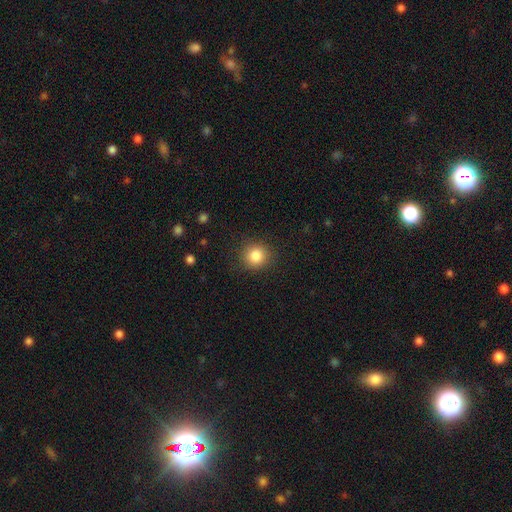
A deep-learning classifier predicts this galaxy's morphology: Overall: smooth (85%). How rounded: round (87%). Merging: none (88%).